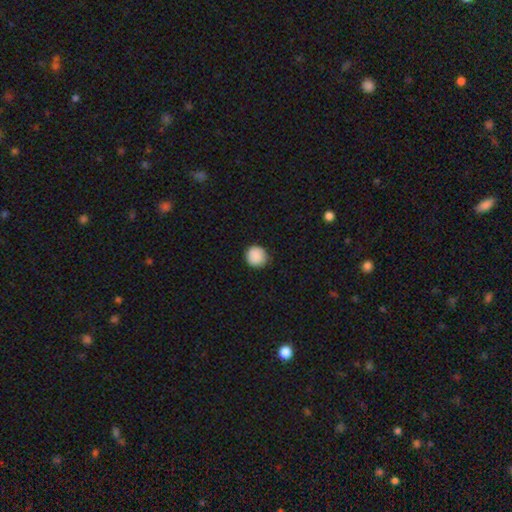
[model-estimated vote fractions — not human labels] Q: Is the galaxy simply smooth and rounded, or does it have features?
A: smooth — 89%.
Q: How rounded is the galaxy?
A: round — 94%.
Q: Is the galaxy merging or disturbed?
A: none — 86%.